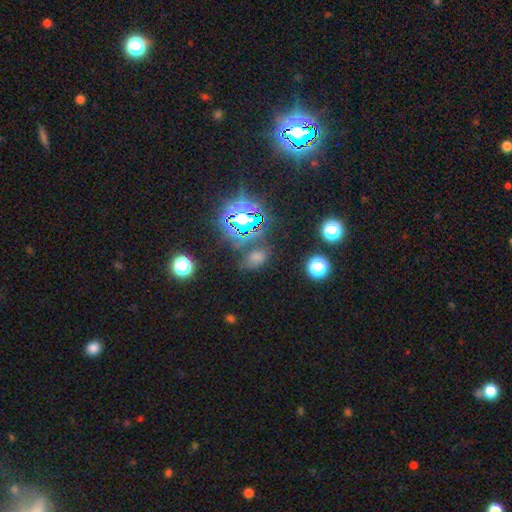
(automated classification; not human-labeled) smooth-or-featured: star or artifact: 55% | smooth: 36% | featured or disk: 10%